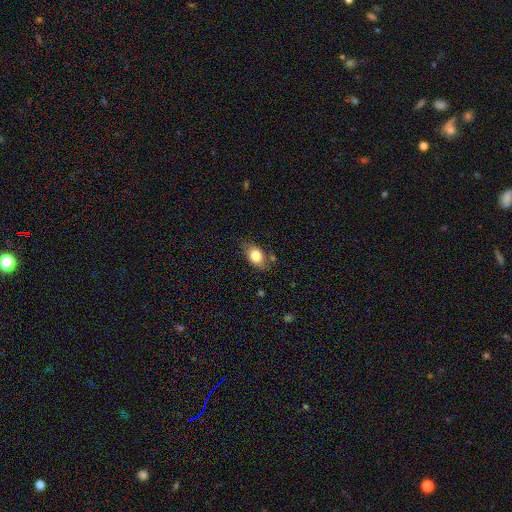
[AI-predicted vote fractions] smooth_or_featured: smooth (p=0.79) [alt: featured or disk p=0.12]
how_rounded: in between (p=0.77) [alt: round p=0.21]
merging: none (p=0.70) [alt: minor disturbance p=0.22]